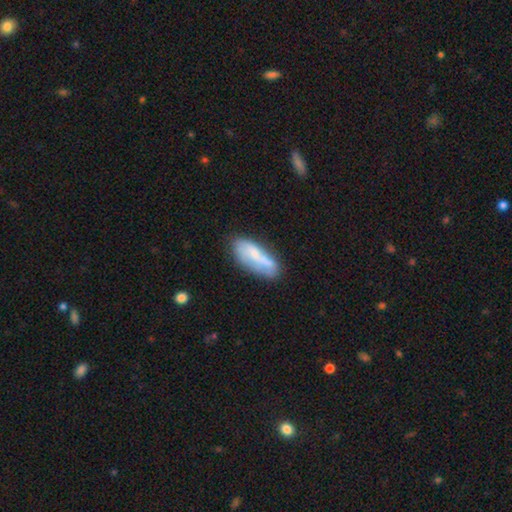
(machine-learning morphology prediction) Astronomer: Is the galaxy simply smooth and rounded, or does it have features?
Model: smooth — 56% (runner-up: featured or disk, 37%).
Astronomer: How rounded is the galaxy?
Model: in between — 70%.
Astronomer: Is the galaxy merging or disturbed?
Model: none — 55%.